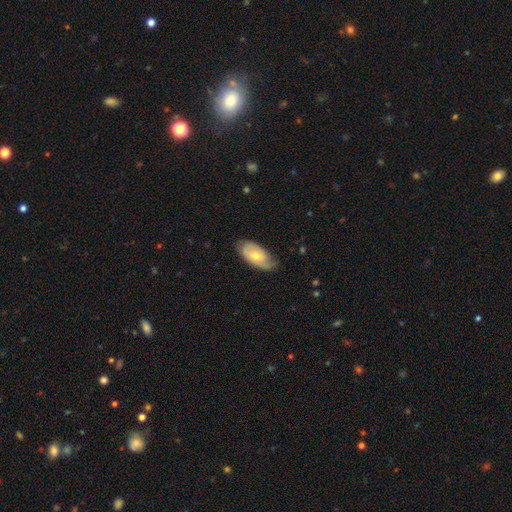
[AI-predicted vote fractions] smooth-or-featured: featured or disk: 52% | smooth: 42% | star or artifact: 6%
  disk-edge-on: no: 89% | yes: 11%
  merging: none: 68% | minor disturbance: 25% | major disturbance: 5% | merger: 1%